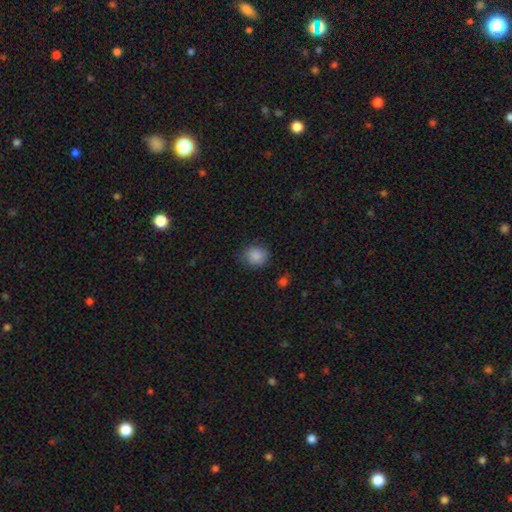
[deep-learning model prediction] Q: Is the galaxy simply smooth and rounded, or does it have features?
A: smooth — 87%.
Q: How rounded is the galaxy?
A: round — 80%.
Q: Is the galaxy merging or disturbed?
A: none — 79%.